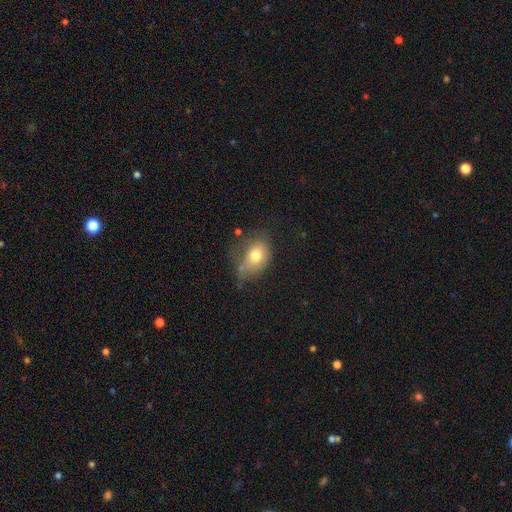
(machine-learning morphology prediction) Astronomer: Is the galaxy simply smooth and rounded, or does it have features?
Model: smooth — 74%.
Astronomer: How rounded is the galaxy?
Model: in between — 72%.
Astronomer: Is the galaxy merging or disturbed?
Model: none — 42% (runner-up: minor disturbance, 34%).